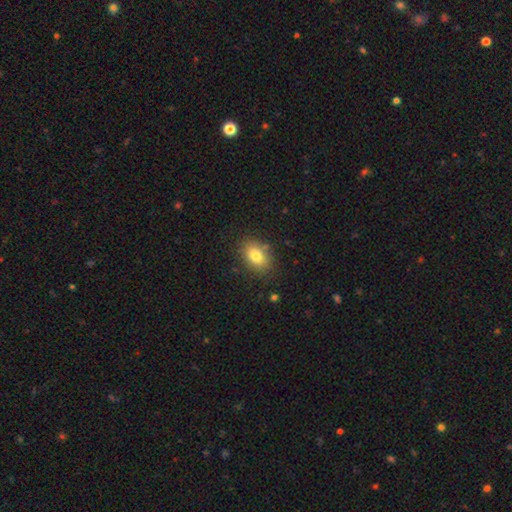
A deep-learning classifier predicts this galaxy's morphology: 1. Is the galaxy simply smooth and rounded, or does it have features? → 80% smooth, 11% featured or disk, 10% star or artifact.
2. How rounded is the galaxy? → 81% in between, 17% round, 2% cigar-shaped.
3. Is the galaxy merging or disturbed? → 83% none, 12% minor disturbance, 3% major disturbance, 2% merger.